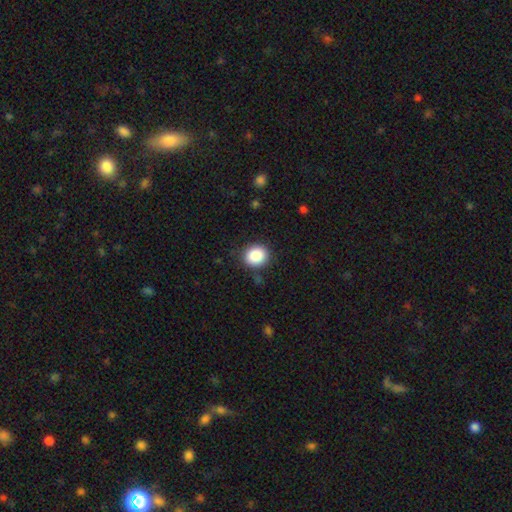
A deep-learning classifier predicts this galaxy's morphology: Q: Smooth or featured?
A: smooth (88%); runner-up: star or artifact (9%)
Q: How rounded?
A: round (78%); runner-up: in between (21%)
Q: Merging?
A: none (87%); runner-up: minor disturbance (9%)